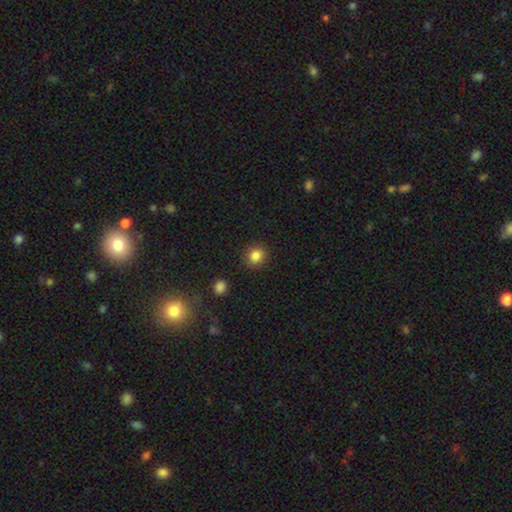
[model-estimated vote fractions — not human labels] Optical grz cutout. It shows a smooth galaxy with no disk features (85%) that is round (88%). Merging: none (89%).